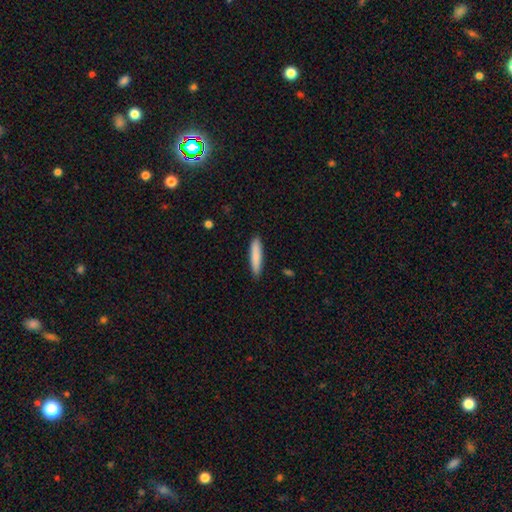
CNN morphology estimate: smooth-or-featured: smooth: 84% | featured or disk: 11% | star or artifact: 6%
  how-rounded: cigar-shaped: 87% | in between: 11% | round: 1%
  merging: none: 89% | minor disturbance: 8% | major disturbance: 2% | merger: 1%